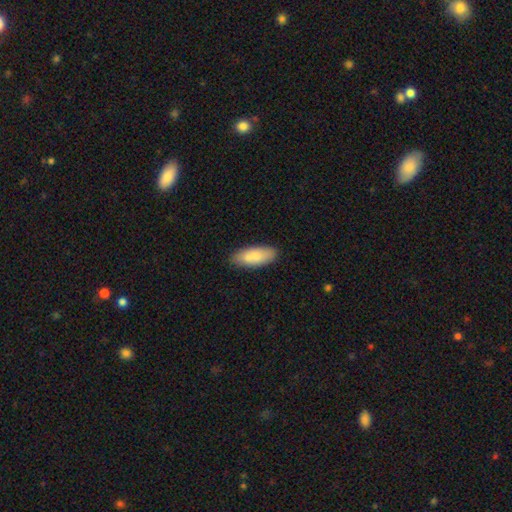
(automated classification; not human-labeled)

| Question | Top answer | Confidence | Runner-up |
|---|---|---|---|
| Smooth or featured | smooth | 78% | featured or disk (16%) |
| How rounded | in between | 78% | cigar-shaped (20%) |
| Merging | none | 76% | minor disturbance (14%) |